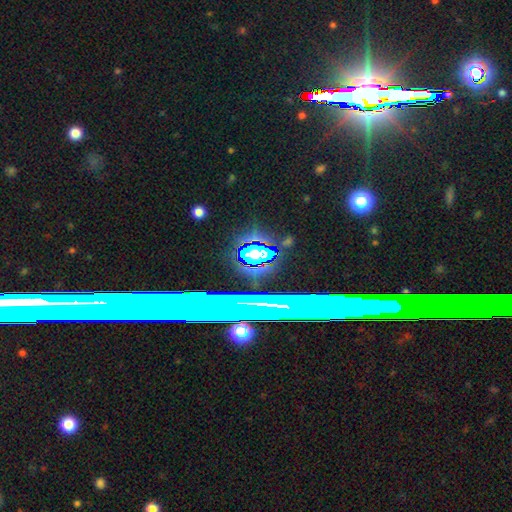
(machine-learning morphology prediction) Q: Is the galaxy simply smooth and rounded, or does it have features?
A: star or artifact — 61%.